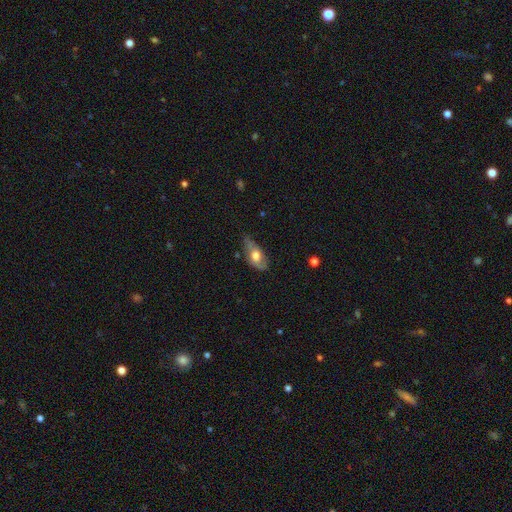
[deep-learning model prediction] A smooth galaxy with no disk features (49%). Merging: none (51%).